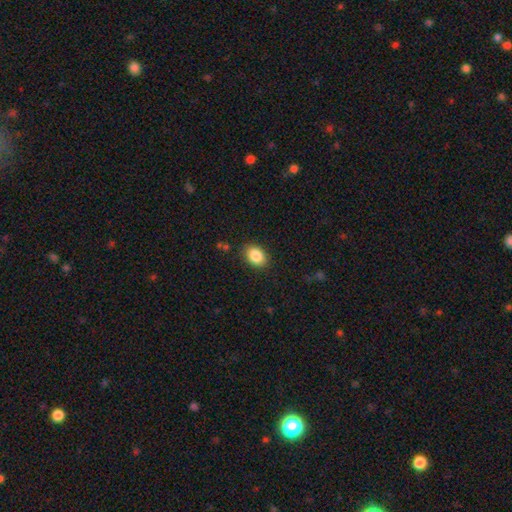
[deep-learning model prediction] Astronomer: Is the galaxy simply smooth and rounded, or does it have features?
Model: smooth — 87%.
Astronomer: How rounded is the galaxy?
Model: in between — 74%.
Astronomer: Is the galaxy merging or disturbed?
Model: none — 86%.